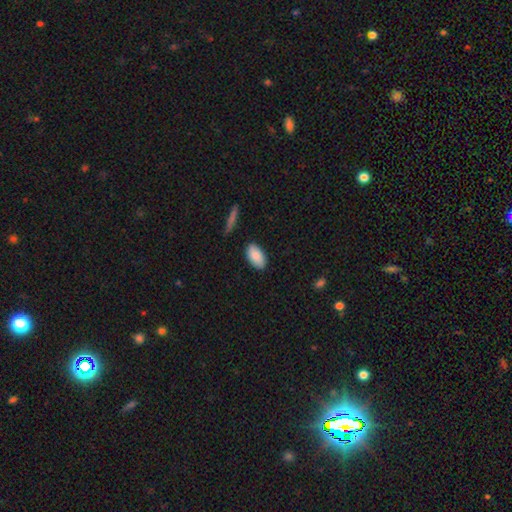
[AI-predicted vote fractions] A smooth galaxy with no disk features (88%) that is in between round and cigar-shaped (94%).

Vote fractions:
- Smooth or featured? smooth: 88% / star or artifact: 6% / featured or disk: 5%
- How rounded? in between: 94% / round: 3% / cigar-shaped: 2%
- Merging? none: 85% / minor disturbance: 11% / major disturbance: 2% / merger: 2%